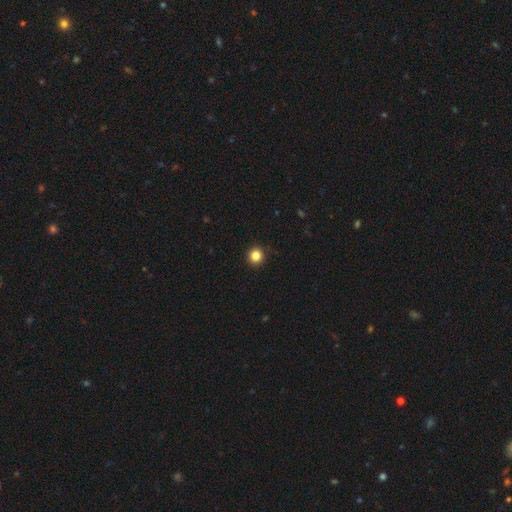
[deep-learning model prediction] Smooth or featured?
  - smooth: 84% *
  - star or artifact: 11%
  - featured or disk: 4%
How rounded?
  - round: 94% *
  - in between: 5%
  - cigar-shaped: 1%
Merging?
  - none: 93% *
  - minor disturbance: 5%
  - major disturbance: 1%
  - merger: 1%